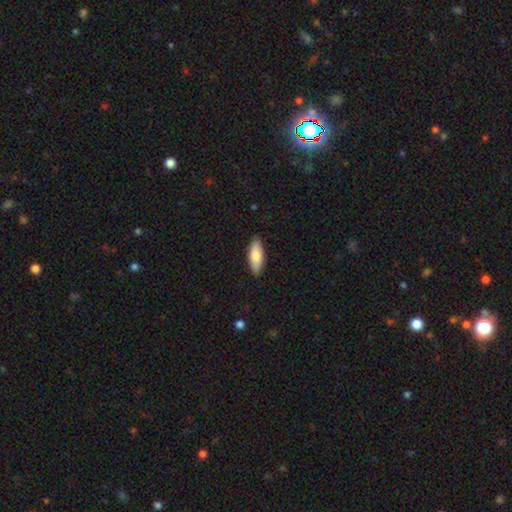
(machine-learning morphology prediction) Smooth or featured: smooth — 78% (featured or disk — 17%)
How rounded: in between — 68% (cigar-shaped — 30%)
Merging: none — 89% (minor disturbance — 9%)